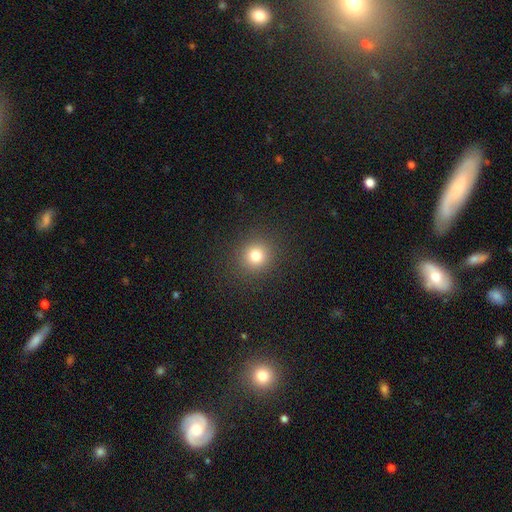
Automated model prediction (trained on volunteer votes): Smooth or featured? Predicted: smooth (p=0.79). How rounded? Predicted: round (p=0.91). Merging? Predicted: none (p=0.90).